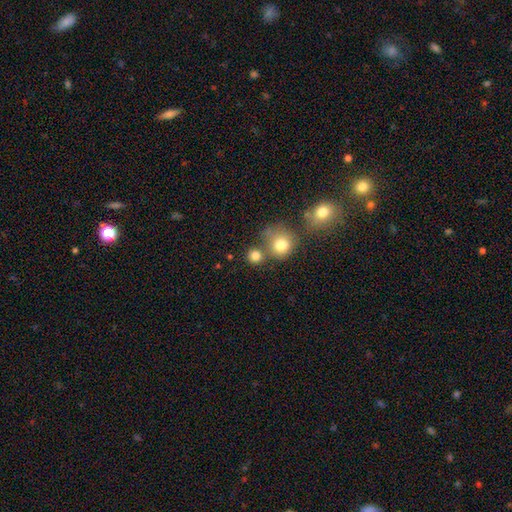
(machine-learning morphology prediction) Smooth or featured? Predicted: smooth (p=0.81). How rounded? Predicted: round (p=0.89). Merging? Predicted: none (p=0.64).